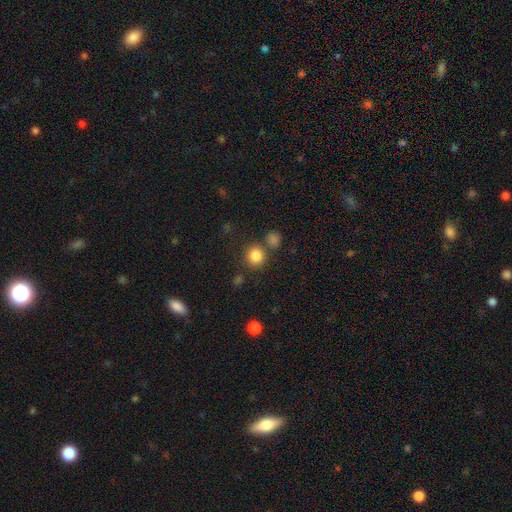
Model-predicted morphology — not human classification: smooth 83%, star or artifact 12%, featured or disk 5%. Down the decision tree: how rounded — round (90%); merging — none (76%).